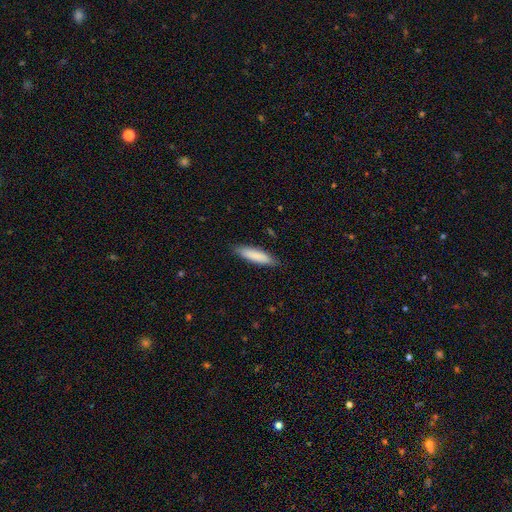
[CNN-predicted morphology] The model was most divided on "how rounded": cigar-shaped: 72%, in between: 27%, round: 1%. More confident: merging — none (86%); smooth or featured — smooth (85%).